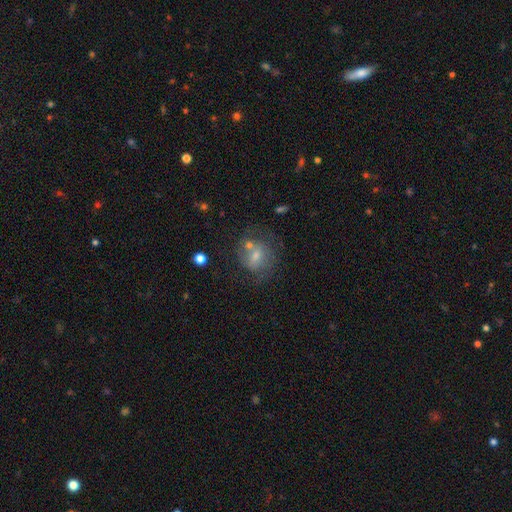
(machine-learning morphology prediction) Smooth or featured? featured or disk (43%)
Merging? none (53%)